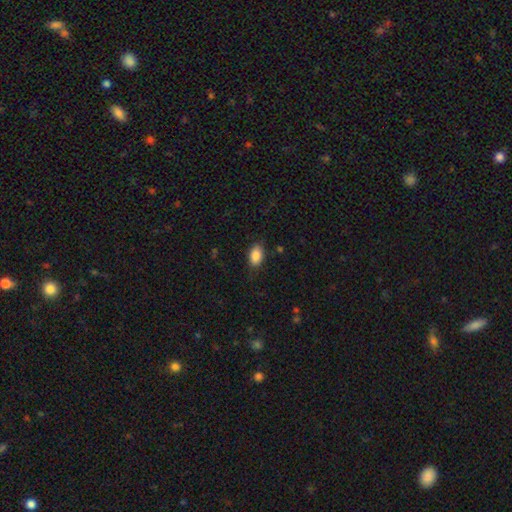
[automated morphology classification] Smooth or featured? smooth (88%)
How rounded? in between (90%)
Merging? none (83%)